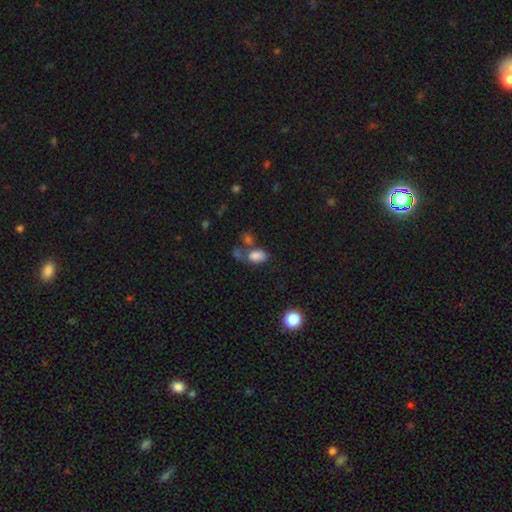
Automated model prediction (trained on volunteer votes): Smooth or featured? Predicted: smooth (p=0.81). How rounded? Predicted: in between (p=0.87). Merging? Predicted: none (p=0.43).